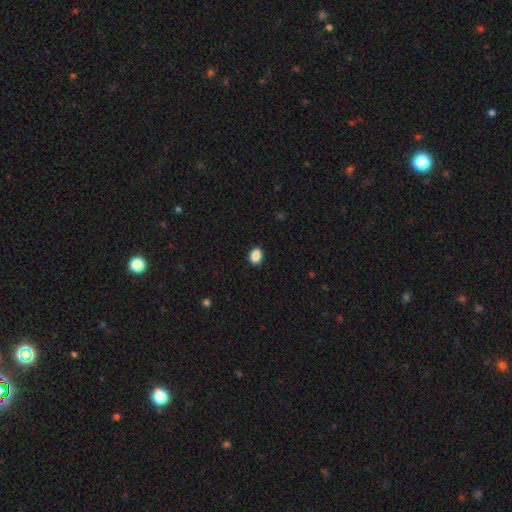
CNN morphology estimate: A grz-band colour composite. It shows a smooth galaxy with no disk features (89%) that is in between round and cigar-shaped (76%). Merging: none (88%).